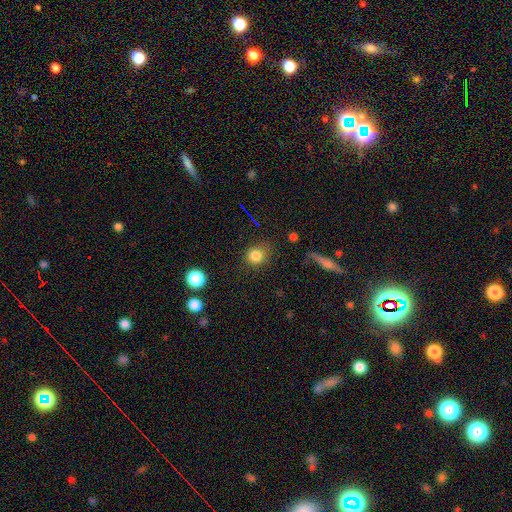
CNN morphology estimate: Smooth or featured? Predicted: smooth (p=0.82). How rounded? Predicted: round (p=0.81). Merging? Predicted: none (p=0.76).